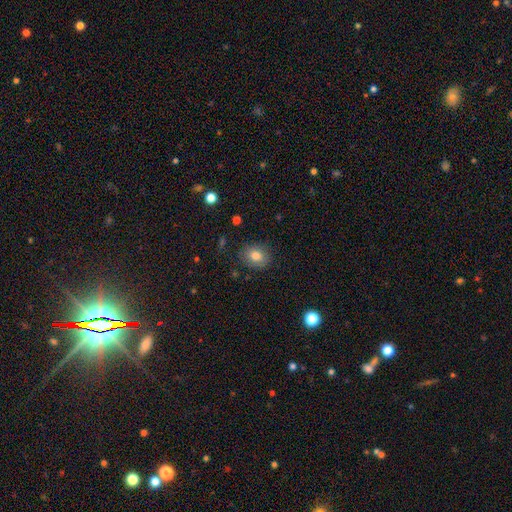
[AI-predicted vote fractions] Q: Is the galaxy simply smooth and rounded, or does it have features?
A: smooth — 81%.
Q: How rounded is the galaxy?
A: round — 56%.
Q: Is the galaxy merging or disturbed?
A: none — 84%.